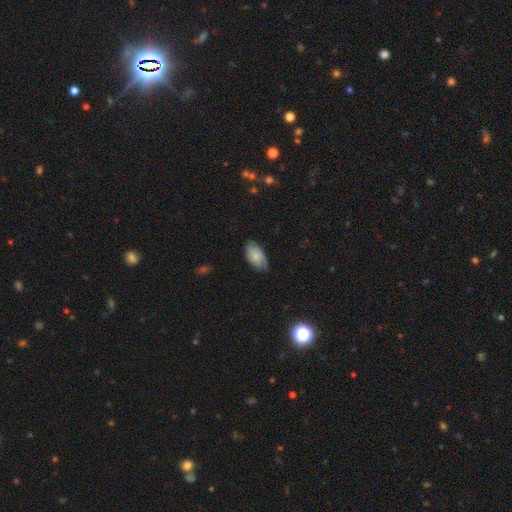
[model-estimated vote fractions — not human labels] Morphology: type=smooth (76%); roundness=in between (94%); merging=none (71%).